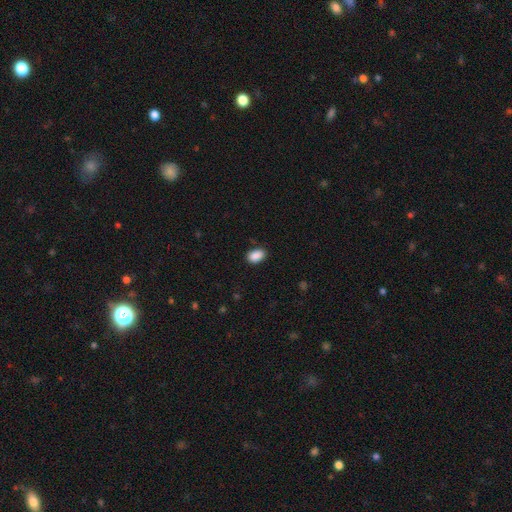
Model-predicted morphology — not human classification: A smooth galaxy with no disk features (90%) that is in between round and cigar-shaped (88%).

Vote fractions:
- Smooth or featured? smooth: 90% / star or artifact: 8% / featured or disk: 3%
- How rounded? in between: 88% / round: 11% / cigar-shaped: 1%
- Merging? none: 84% / minor disturbance: 12% / major disturbance: 2% / merger: 1%